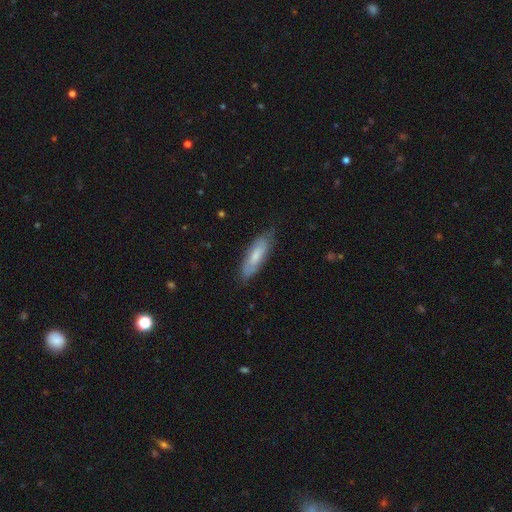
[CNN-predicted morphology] A smooth galaxy with no disk features (61%) that is cigar-shaped (51%). Merging: none (74%).